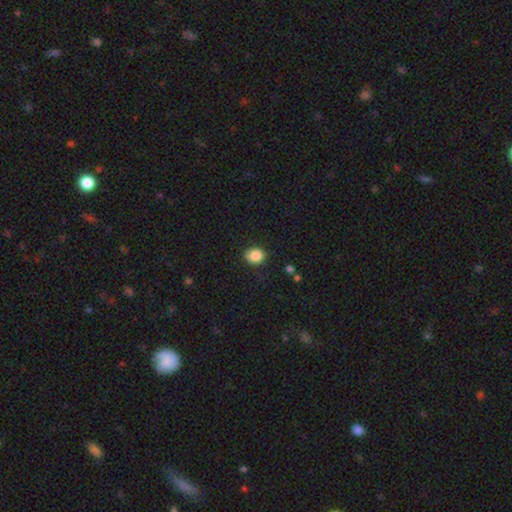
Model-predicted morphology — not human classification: type=smooth (85%); roundness=round (60%); merging=none (75%).